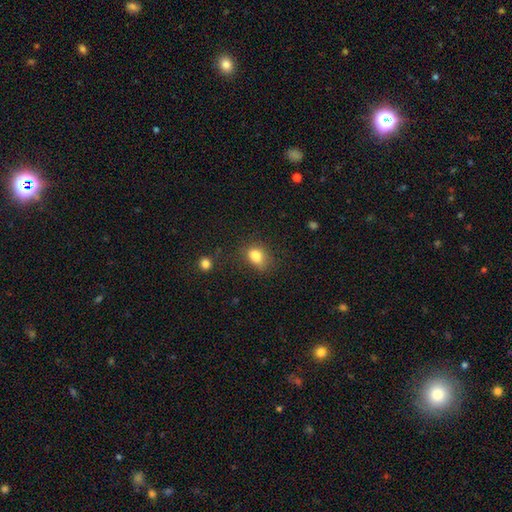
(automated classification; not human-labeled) smooth 83%, star or artifact 10%, featured or disk 7%. Down the decision tree: how rounded — in between (69%); merging — none (68%).